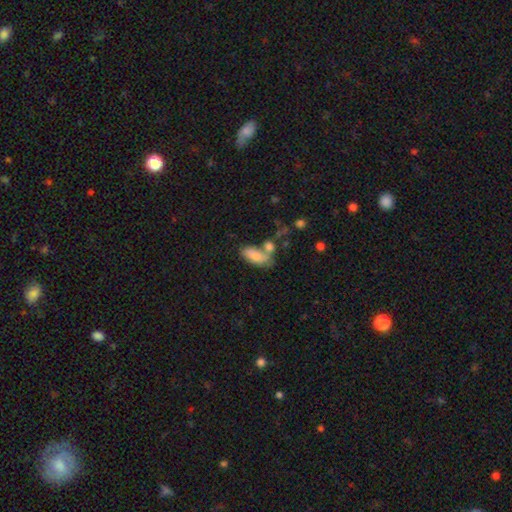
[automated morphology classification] This appears to be a smooth galaxy with no disk features (76%) that is in between round and cigar-shaped (87%). Merging: merger (38%).